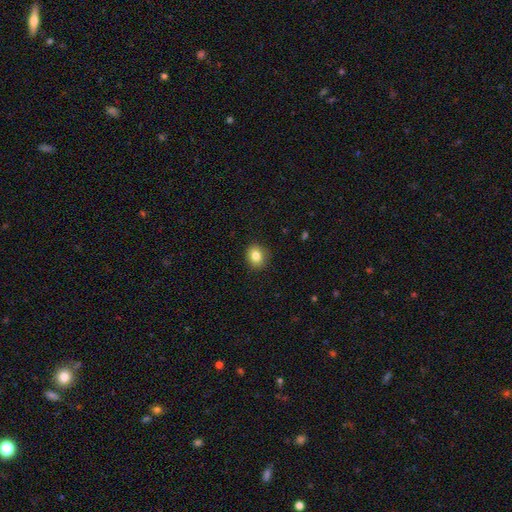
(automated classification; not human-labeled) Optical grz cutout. It shows a smooth galaxy with no disk features (83%) that is round (68%). Merging: none (89%).